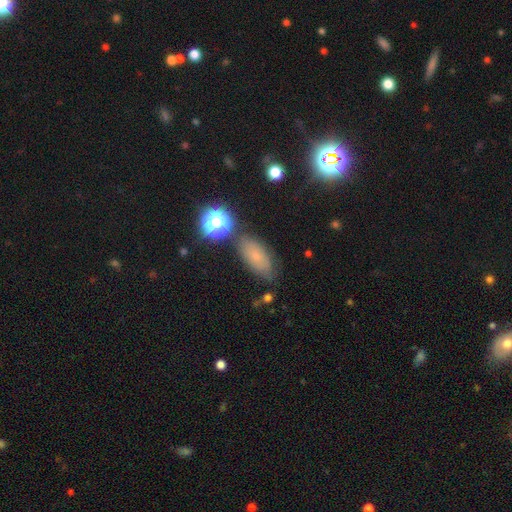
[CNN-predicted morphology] The model was most divided on "smooth or featured": smooth: 67%, star or artifact: 17%, featured or disk: 16%. More confident: how rounded — in between (84%); merging — none (75%).